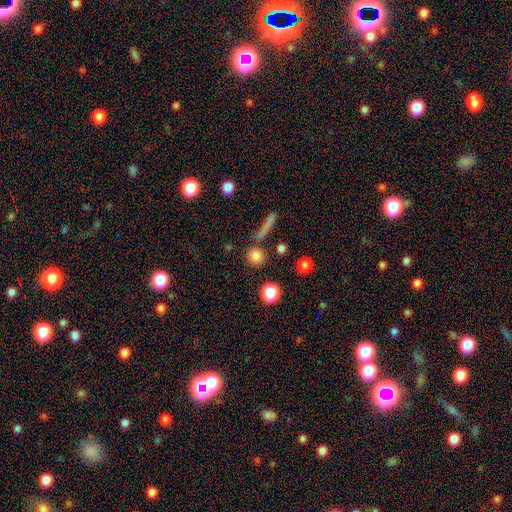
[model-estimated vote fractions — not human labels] smooth-or-featured: smooth: 80% | star or artifact: 13% | featured or disk: 7%
  how-rounded: round: 88% | in between: 8% | cigar-shaped: 4%
  merging: none: 78% | merger: 10% | minor disturbance: 8% | major disturbance: 4%